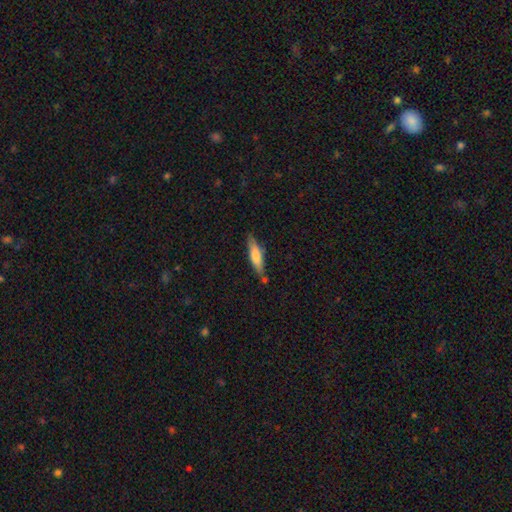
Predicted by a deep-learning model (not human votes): This is likely a smooth galaxy (66%). How rounded: likely cigar-shaped (72%). Merging: likely none (75%).